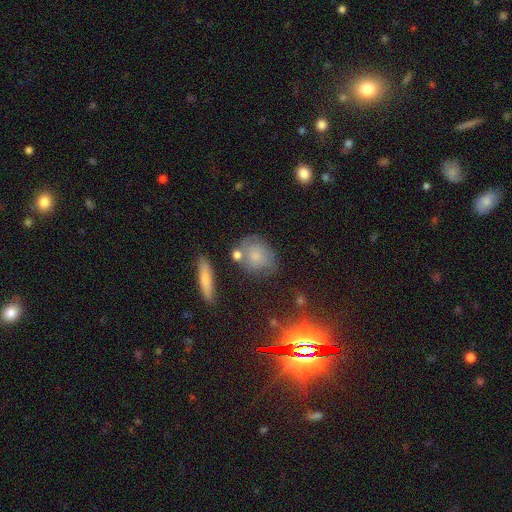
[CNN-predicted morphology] Smooth or featured?
  - smooth: 66% *
  - featured or disk: 21%
  - star or artifact: 13%
How rounded?
  - round: 62% *
  - in between: 35%
  - cigar-shaped: 3%
Merging?
  - none: 61% *
  - minor disturbance: 20%
  - merger: 12%
  - major disturbance: 8%